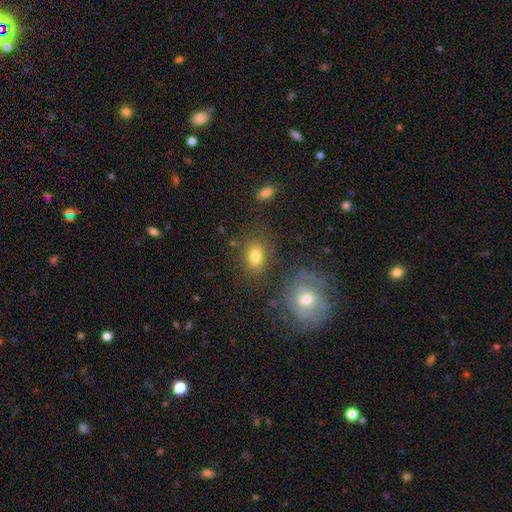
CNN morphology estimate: A smooth galaxy with no disk features (78%) that is in between round and cigar-shaped (70%).

Vote fractions:
- Smooth or featured? smooth: 78% / featured or disk: 11% / star or artifact: 11%
- How rounded? in between: 70% / round: 28% / cigar-shaped: 1%
- Merging? none: 77% / minor disturbance: 12% / merger: 6% / major disturbance: 5%